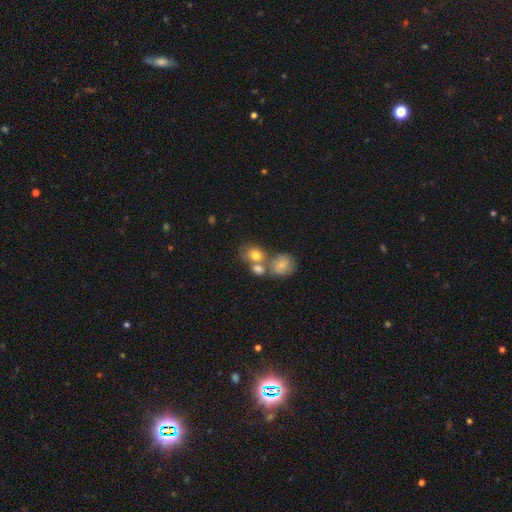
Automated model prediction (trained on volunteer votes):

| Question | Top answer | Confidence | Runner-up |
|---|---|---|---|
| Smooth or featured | smooth | 71% | featured or disk (19%) |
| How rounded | round | 54% | in between (45%) |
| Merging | merger | 50% | none (34%) |